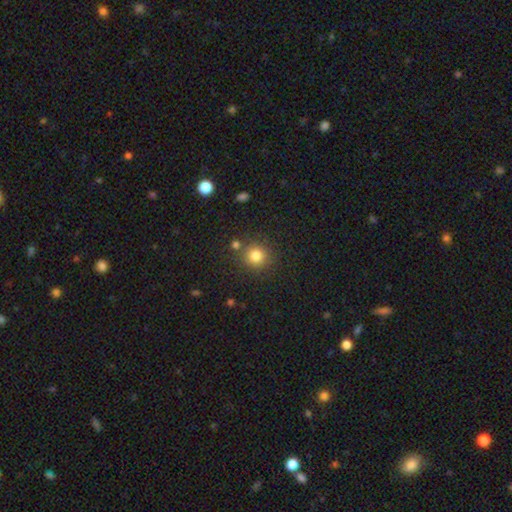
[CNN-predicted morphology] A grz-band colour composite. It shows a smooth galaxy with no disk features (81%) that is round (91%). Merging: none (81%).